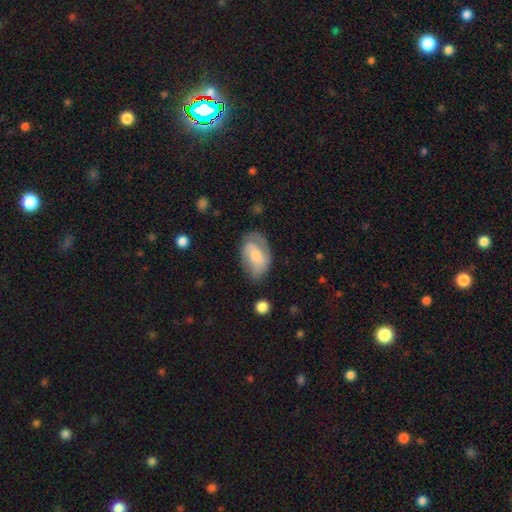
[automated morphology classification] smooth_or_featured: featured or disk (p=0.58) [alt: smooth p=0.36]
disk_edge_on: no (p=0.96) [alt: yes p=0.04]
bar: weak (p=0.45) [alt: no p=0.41]
has_spiral_arms: yes (p=0.85) [alt: no p=0.15]
bulge_size: moderate (p=0.48) [alt: small p=0.40]
merging: none (p=0.63) [alt: minor disturbance p=0.25]